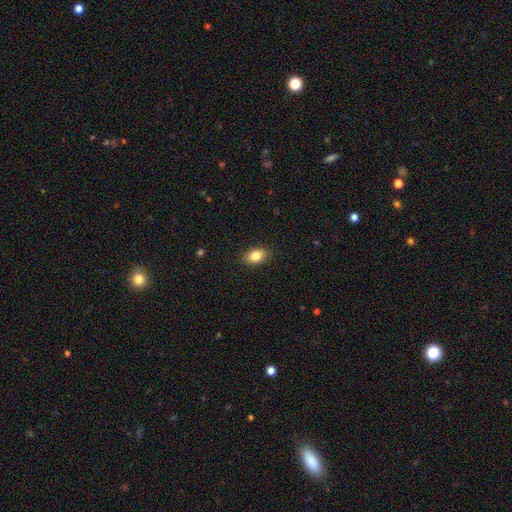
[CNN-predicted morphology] The model was most divided on "how rounded": in between: 82%, round: 16%, cigar-shaped: 2%. More confident: merging — none (88%); smooth or featured — smooth (83%).